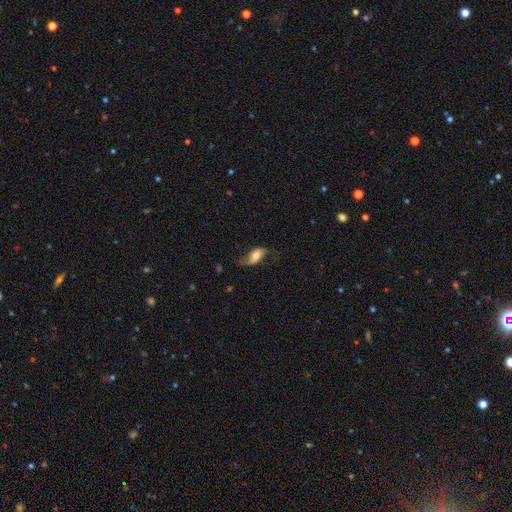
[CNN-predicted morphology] A smooth galaxy with no disk features (49%).

Vote fractions:
- Smooth or featured? smooth: 49% / featured or disk: 43% / star or artifact: 8%
- Merging? none: 59% / minor disturbance: 26% / major disturbance: 13% / merger: 2%